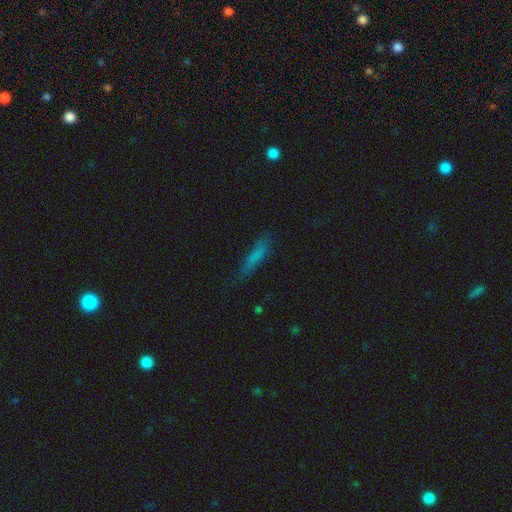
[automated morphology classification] smooth-or-featured: smooth: 69% | featured or disk: 20% | star or artifact: 11%
  how-rounded: cigar-shaped: 82% | in between: 16% | round: 2%
  merging: none: 72% | minor disturbance: 20% | major disturbance: 6% | merger: 2%